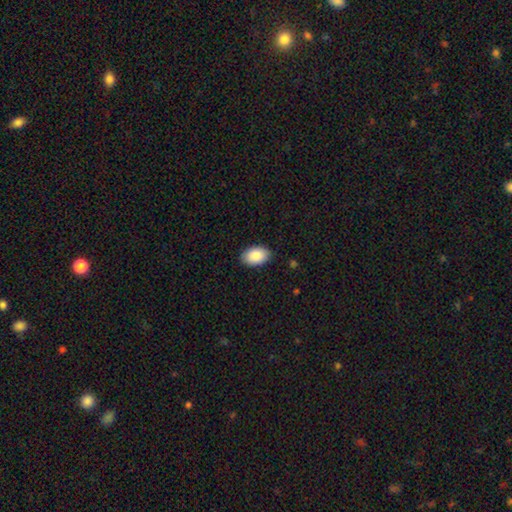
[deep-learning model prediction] A smooth galaxy with no disk features (87%) that is in between round and cigar-shaped (90%). Merging: none (88%).